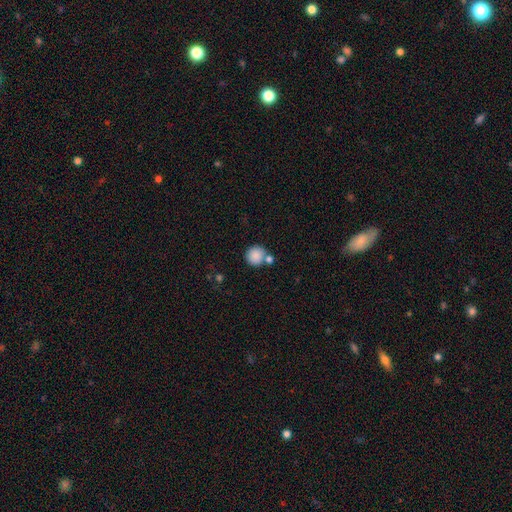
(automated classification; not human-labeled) smooth 86%, star or artifact 8%, featured or disk 6%. Down the decision tree: how rounded — round (94%); merging — none (65%).